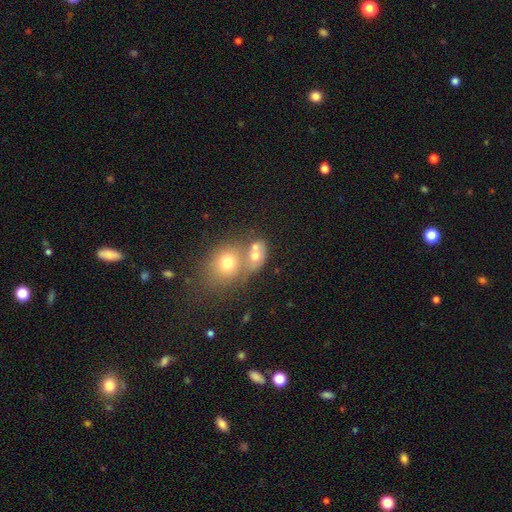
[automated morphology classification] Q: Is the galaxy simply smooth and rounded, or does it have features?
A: smooth — 66%.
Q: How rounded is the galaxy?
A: round — 51%.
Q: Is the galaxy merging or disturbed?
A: merger — 55%.